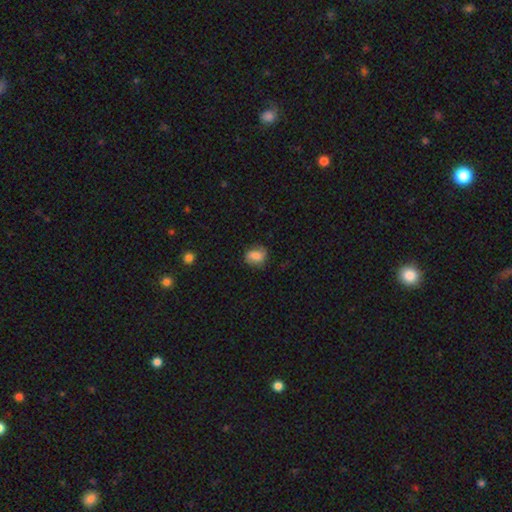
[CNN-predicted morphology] Q: Smooth or featured?
A: smooth (68%); runner-up: featured or disk (23%)
Q: How rounded?
A: in between (53%); runner-up: round (45%)
Q: Merging?
A: none (72%); runner-up: minor disturbance (20%)